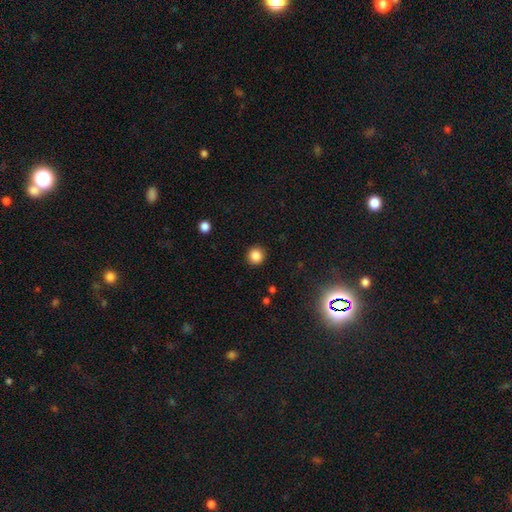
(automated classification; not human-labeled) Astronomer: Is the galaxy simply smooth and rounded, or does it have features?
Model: smooth — 85%.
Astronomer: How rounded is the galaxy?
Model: round — 94%.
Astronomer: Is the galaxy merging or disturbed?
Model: none — 92%.